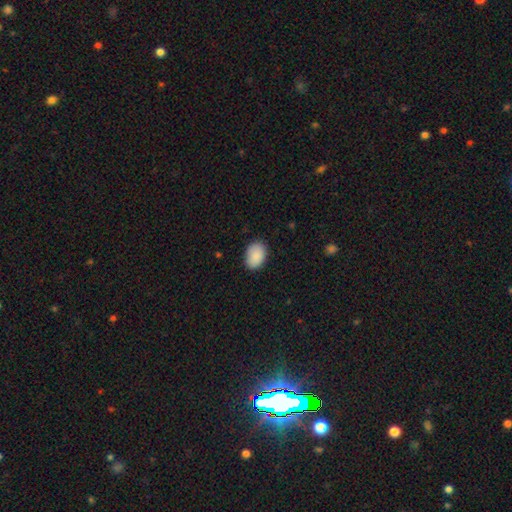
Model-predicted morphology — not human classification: Overall: smooth (89%). How rounded: in between (81%). Merging: none (85%).